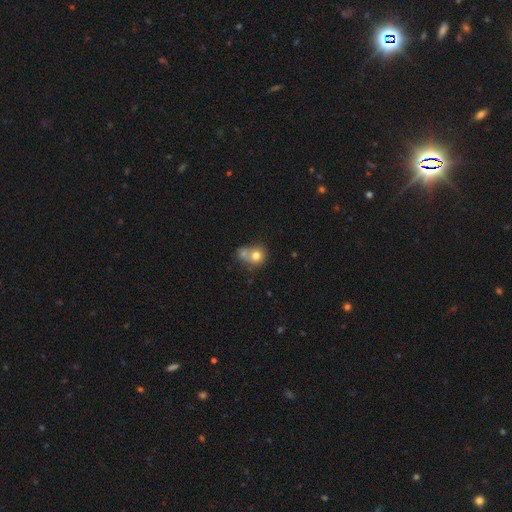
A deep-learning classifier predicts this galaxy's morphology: smooth-or-featured: smooth: 73% | featured or disk: 16% | star or artifact: 11%
  how-rounded: round: 72% | in between: 27% | cigar-shaped: 1%
  merging: merger: 55% | none: 28% | minor disturbance: 11% | major disturbance: 6%